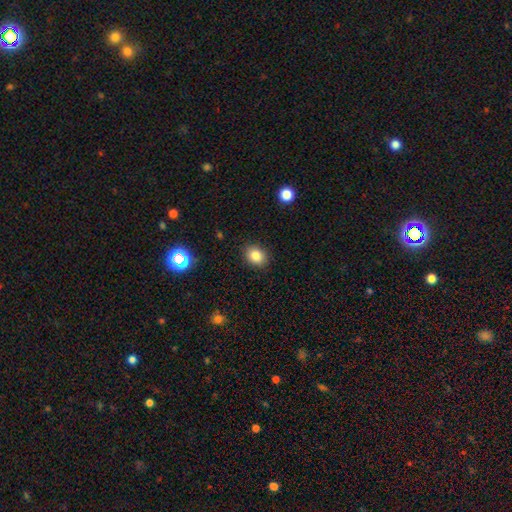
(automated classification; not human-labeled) Q: Smooth or featured?
A: smooth (84%); runner-up: star or artifact (11%)
Q: How rounded?
A: in between (52%); runner-up: round (47%)
Q: Merging?
A: none (88%); runner-up: minor disturbance (8%)